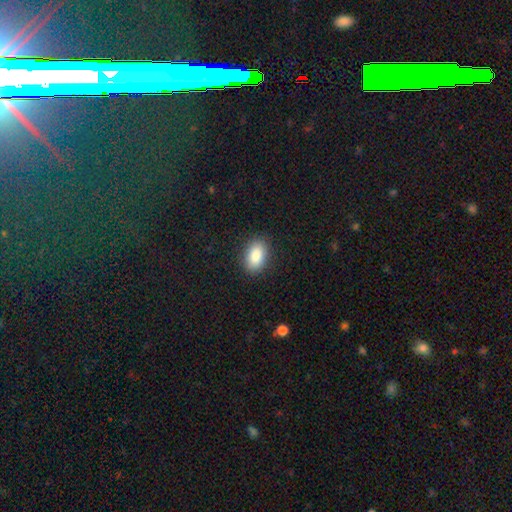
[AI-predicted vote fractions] Smooth or featured? smooth (88%)
How rounded? in between (90%)
Merging? none (88%)